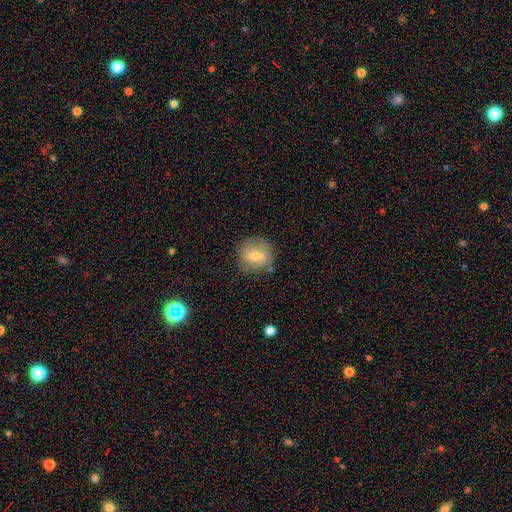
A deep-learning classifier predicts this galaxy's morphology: The model was most divided on "smooth or featured": smooth: 53%, featured or disk: 39%, star or artifact: 8%. More confident: how rounded — round (86%); merging — none (77%).